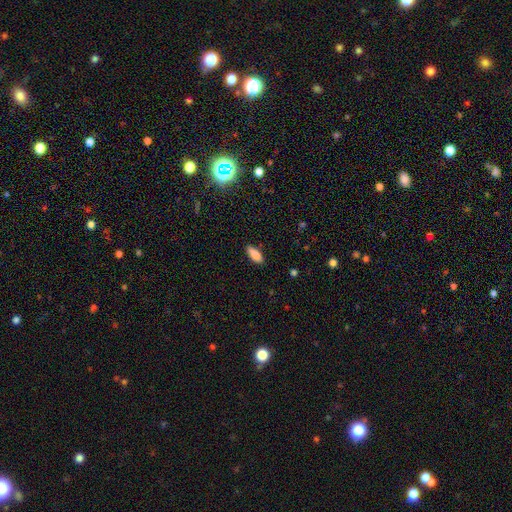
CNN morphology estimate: Smooth or featured? smooth (82%)
How rounded? in between (78%)
Merging? none (82%)